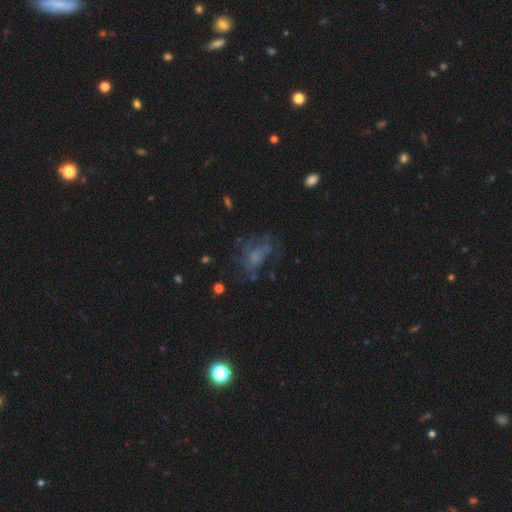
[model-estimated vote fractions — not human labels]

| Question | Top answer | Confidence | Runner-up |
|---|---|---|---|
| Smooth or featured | featured or disk | 44% | smooth (35%) |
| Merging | none | 45% | major disturbance (30%) |